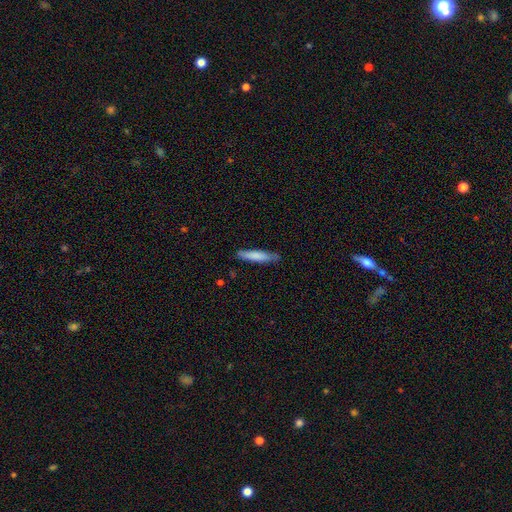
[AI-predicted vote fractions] This is likely a smooth galaxy (79%). How rounded: clearly cigar-shaped (86%). Merging: clearly none (81%).